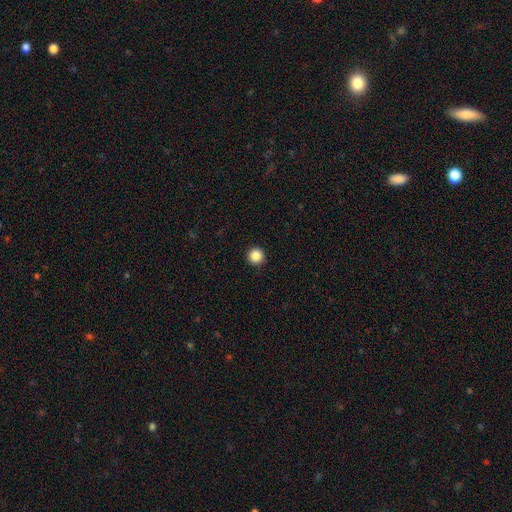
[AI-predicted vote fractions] This appears to be a smooth galaxy with no disk features (87%) that is round (96%). Merging: none (93%).